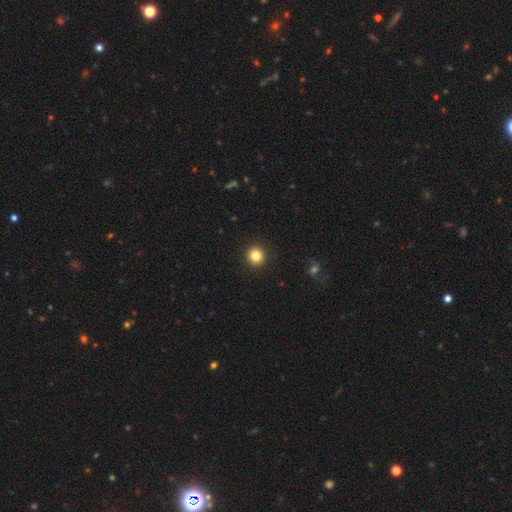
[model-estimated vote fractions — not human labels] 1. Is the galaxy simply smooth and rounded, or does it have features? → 84% smooth, 11% star or artifact, 6% featured or disk.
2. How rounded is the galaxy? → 93% round, 6% in between, 1% cigar-shaped.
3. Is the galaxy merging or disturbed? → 93% none, 5% minor disturbance, 2% major disturbance, 1% merger.